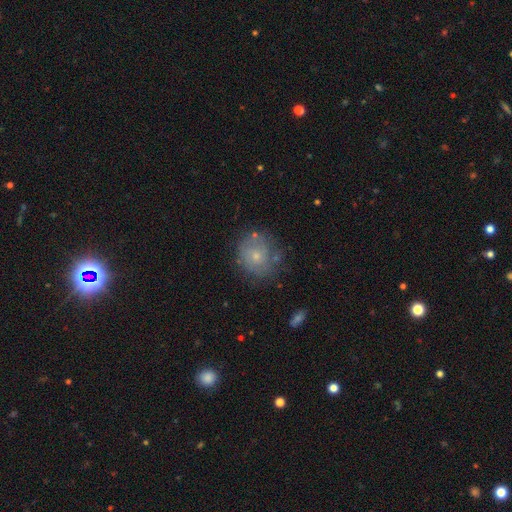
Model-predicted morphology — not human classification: Smooth or featured? smooth (55%)
How rounded? round (82%)
Merging? none (66%)